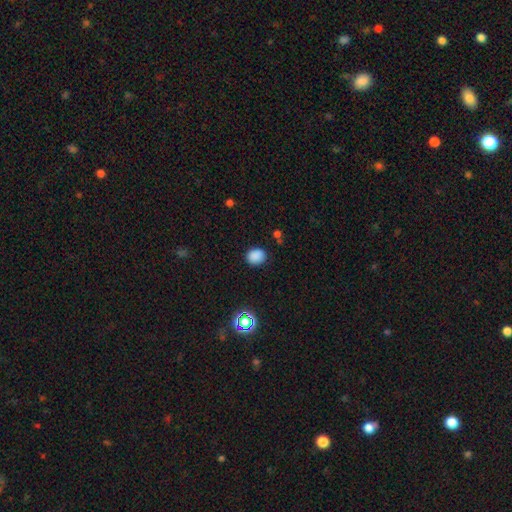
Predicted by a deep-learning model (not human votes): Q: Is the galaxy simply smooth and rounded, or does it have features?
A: smooth — 85%.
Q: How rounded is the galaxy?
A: round — 63%.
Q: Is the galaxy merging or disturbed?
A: none — 85%.